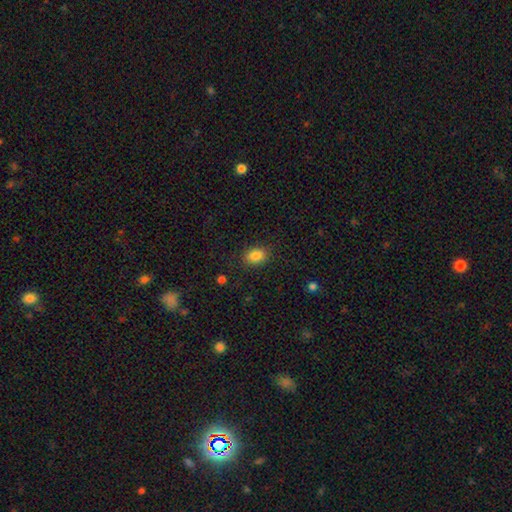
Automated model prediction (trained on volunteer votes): smooth_or_featured: smooth (p=0.84) [alt: star or artifact p=0.10]
how_rounded: in between (p=0.69) [alt: round p=0.30]
merging: none (p=0.86) [alt: minor disturbance p=0.10]